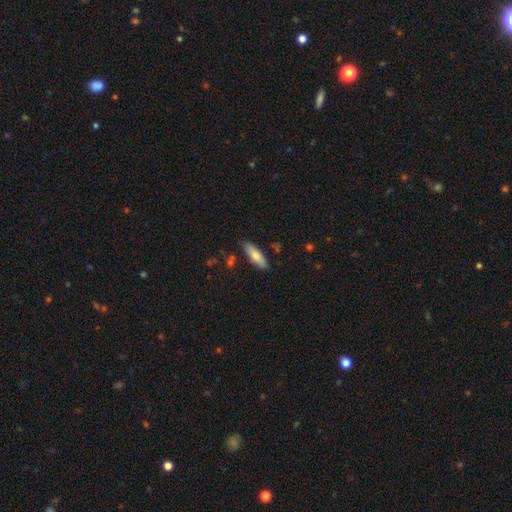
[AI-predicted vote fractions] This is likely a smooth galaxy (76%). How rounded: possibly in between (55%). Merging: clearly none (83%).